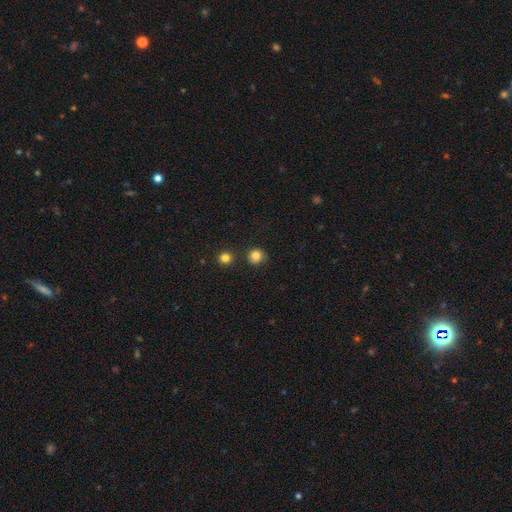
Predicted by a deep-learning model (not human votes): The model was most divided on "merging": none: 80%, minor disturbance: 13%, merger: 4%, major disturbance: 3%. More confident: how rounded — round (89%); smooth or featured — smooth (81%).